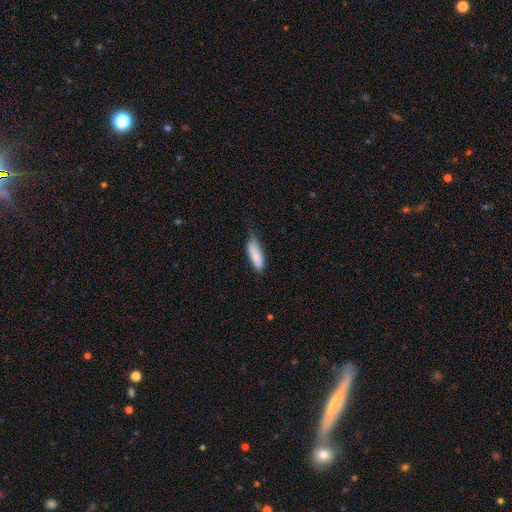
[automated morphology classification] smooth-or-featured: smooth: 83% | featured or disk: 11% | star or artifact: 6%
  how-rounded: in between: 54% | cigar-shaped: 44% | round: 2%
  merging: none: 53% | minor disturbance: 38% | major disturbance: 8% | merger: 2%